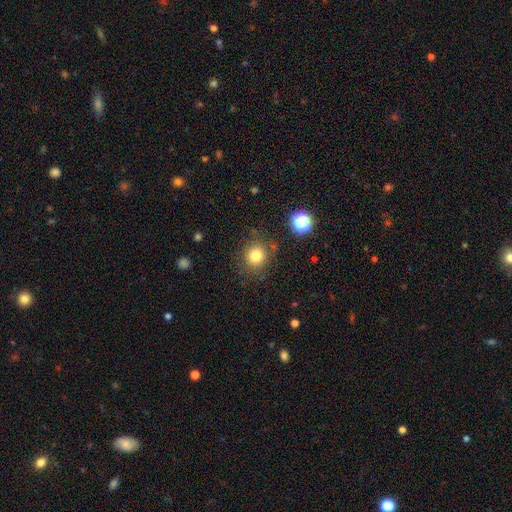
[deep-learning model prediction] Smooth or featured? Predicted: smooth (p=0.79). How rounded? Predicted: round (p=0.86). Merging? Predicted: none (p=0.83).